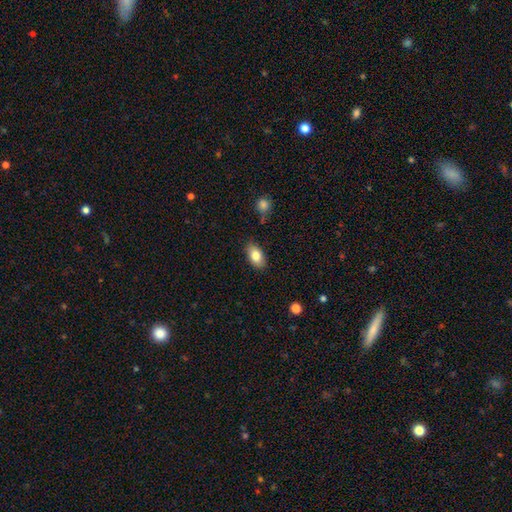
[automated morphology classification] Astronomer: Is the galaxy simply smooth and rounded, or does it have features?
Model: smooth — 82%.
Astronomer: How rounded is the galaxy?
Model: in between — 91%.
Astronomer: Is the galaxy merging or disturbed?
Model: none — 84%.